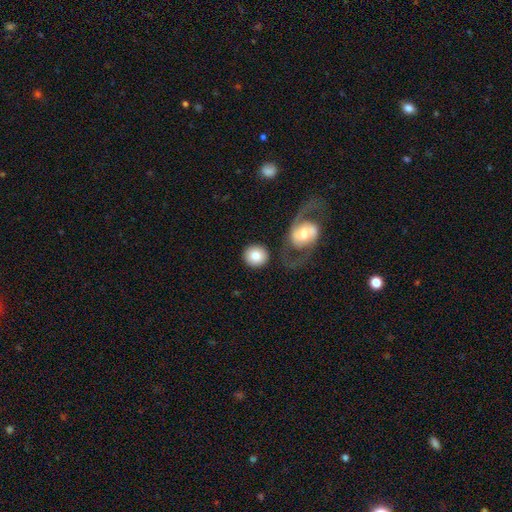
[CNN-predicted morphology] type=smooth (78%); roundness=round (90%); merging=none (74%).